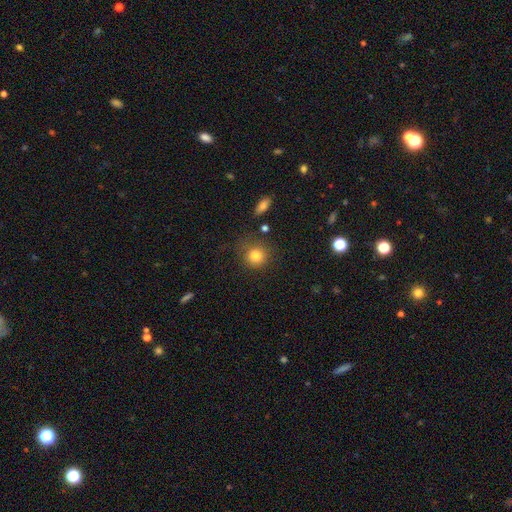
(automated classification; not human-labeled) Smooth or featured: smooth — 82% (star or artifact — 10%)
How rounded: round — 88% (in between — 11%)
Merging: none — 75% (minor disturbance — 15%)